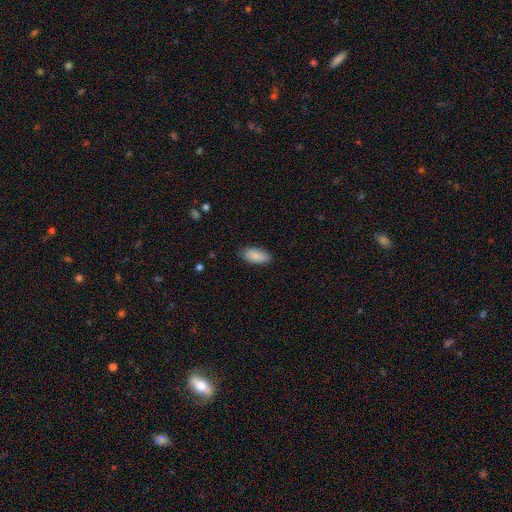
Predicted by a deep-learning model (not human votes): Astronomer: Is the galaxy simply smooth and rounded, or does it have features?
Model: smooth — 89%.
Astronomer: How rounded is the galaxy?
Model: in between — 92%.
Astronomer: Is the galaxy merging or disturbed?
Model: none — 85%.